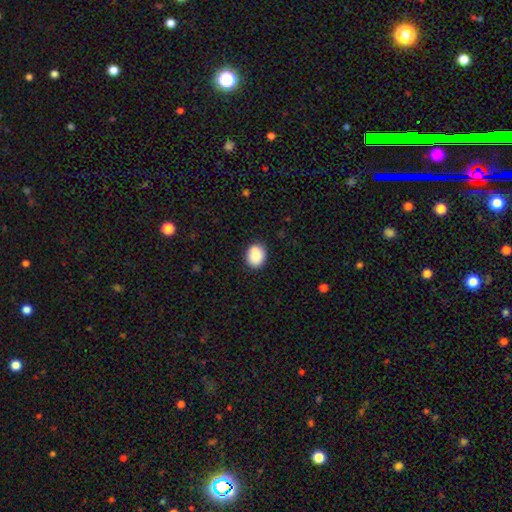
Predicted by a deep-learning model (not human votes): Q: Smooth or featured?
A: smooth (84%); runner-up: star or artifact (8%)
Q: How rounded?
A: round (58%); runner-up: in between (41%)
Q: Merging?
A: none (76%); runner-up: minor disturbance (14%)